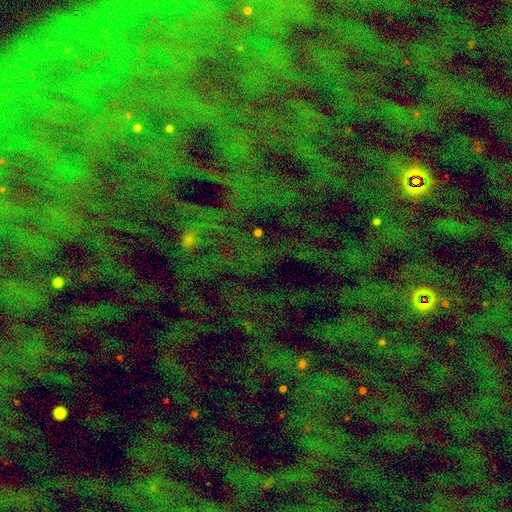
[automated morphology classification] This appears to be a star or artifact, not a galaxy (76%).